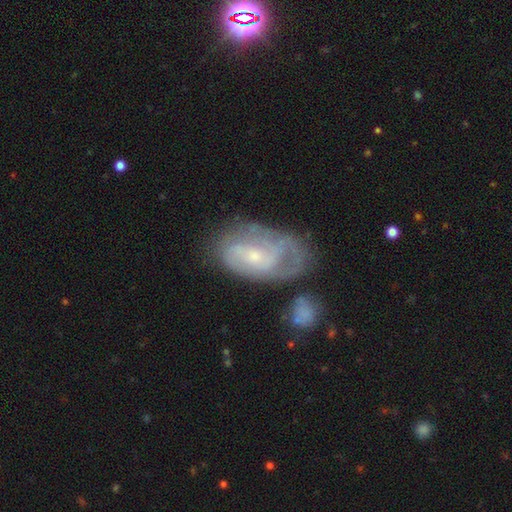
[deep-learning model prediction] featured or disk 69%, smooth 24%, star or artifact 7%. Down the decision tree: edge-on disk — no (94%); bar — no (55%); spiral arms — yes (79%); spiral arm count — can't tell (48%); spiral winding — tight (47%); bulge size — small (65%); merging — none (47%).